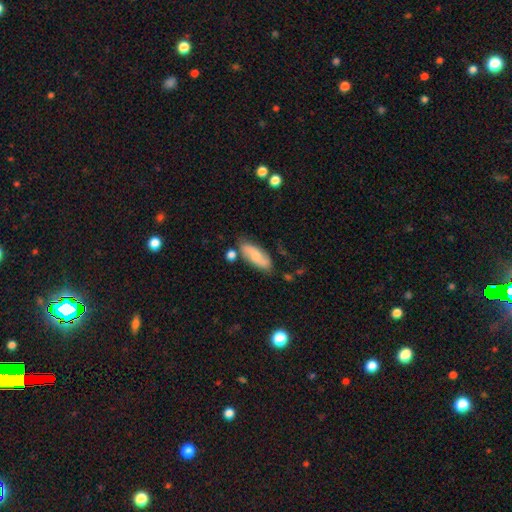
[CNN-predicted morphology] smooth_or_featured: smooth (p=0.59) [alt: featured or disk p=0.35]
how_rounded: in between (p=0.74) [alt: cigar-shaped p=0.23]
merging: none (p=0.73) [alt: minor disturbance p=0.17]